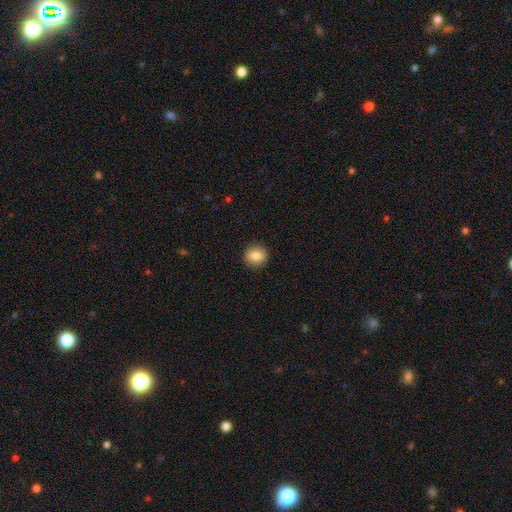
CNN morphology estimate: type=smooth (83%); roundness=round (85%); merging=none (91%).